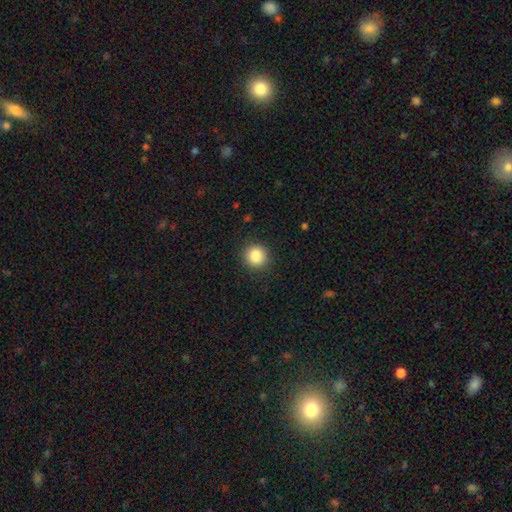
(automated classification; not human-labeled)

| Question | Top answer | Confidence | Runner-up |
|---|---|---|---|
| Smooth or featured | smooth | 86% | star or artifact (9%) |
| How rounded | round | 88% | in between (11%) |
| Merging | none | 90% | minor disturbance (7%) |